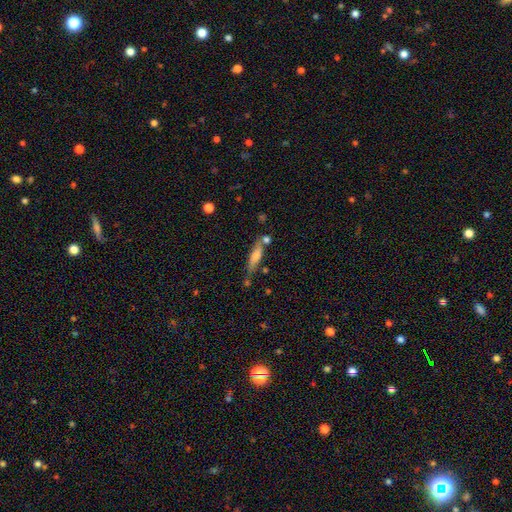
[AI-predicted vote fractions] smooth-or-featured: smooth: 62% | featured or disk: 31% | star or artifact: 7%
  how-rounded: cigar-shaped: 72% | in between: 26% | round: 2%
  merging: none: 60% | minor disturbance: 19% | merger: 15% | major disturbance: 6%